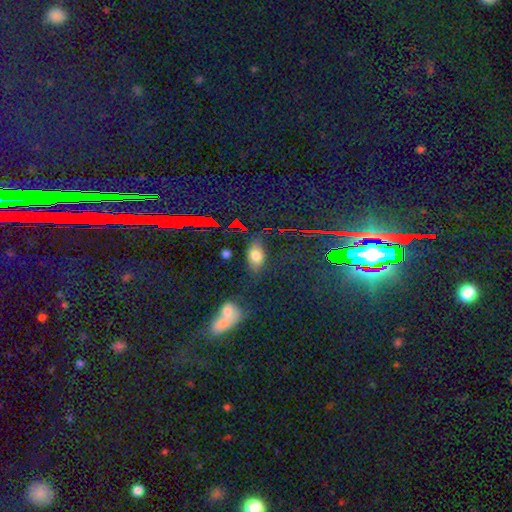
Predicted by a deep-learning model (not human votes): The model was most divided on "smooth or featured": smooth: 64%, star or artifact: 24%, featured or disk: 12%. More confident: how rounded — in between (79%); merging — none (72%).